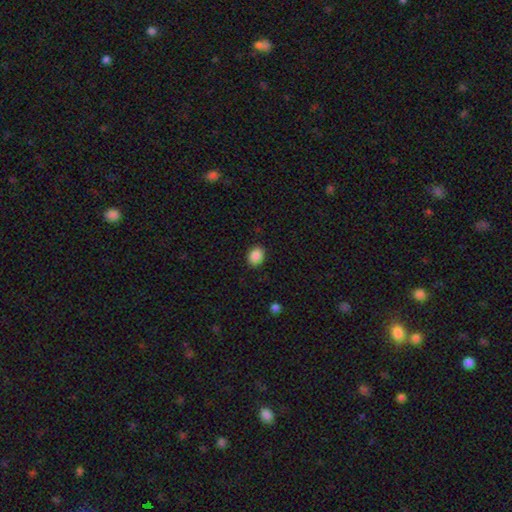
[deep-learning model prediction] smooth_or_featured: smooth (p=0.88) [alt: star or artifact p=0.09]
how_rounded: in between (p=0.50) [alt: round p=0.49]
merging: none (p=0.88) [alt: minor disturbance p=0.08]